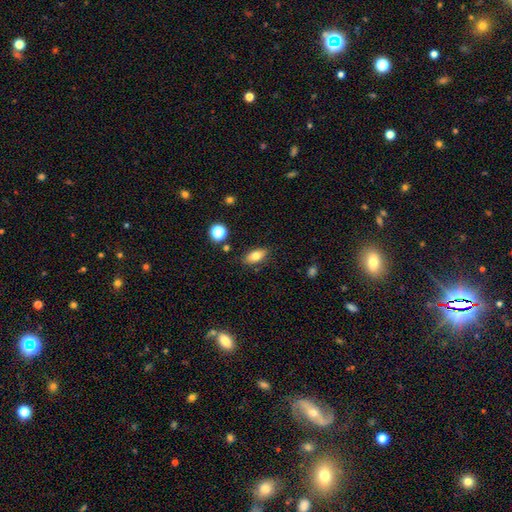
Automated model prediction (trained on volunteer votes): This is likely a smooth galaxy (77%). How rounded: clearly in between (86%). Merging: clearly none (83%).